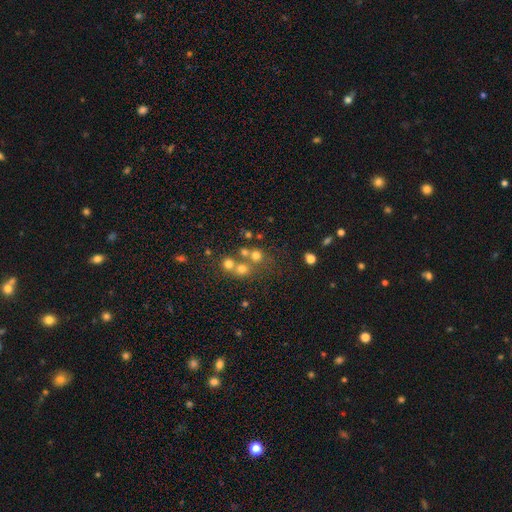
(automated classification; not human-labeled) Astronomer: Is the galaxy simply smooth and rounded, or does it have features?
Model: smooth — 64%.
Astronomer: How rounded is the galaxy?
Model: round — 87%.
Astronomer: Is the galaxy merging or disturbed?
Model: none — 55% (runner-up: merger, 33%).